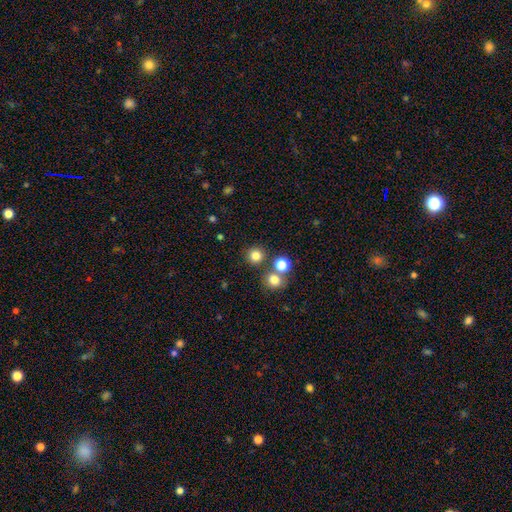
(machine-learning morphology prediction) Smooth or featured? smooth (79%)
How rounded? round (92%)
Merging? none (79%)